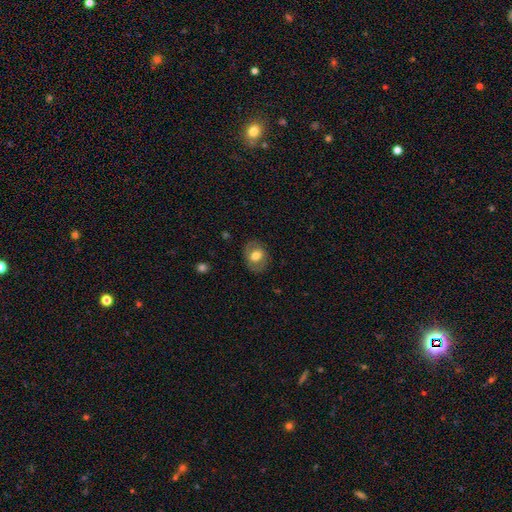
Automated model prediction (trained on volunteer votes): smooth-or-featured: smooth: 63% | featured or disk: 29% | star or artifact: 8%
  how-rounded: round: 50% | in between: 49% | cigar-shaped: 1%
  merging: none: 81% | minor disturbance: 13% | major disturbance: 5% | merger: 1%